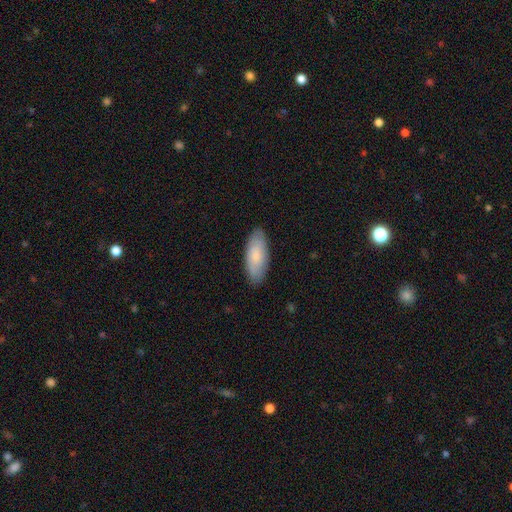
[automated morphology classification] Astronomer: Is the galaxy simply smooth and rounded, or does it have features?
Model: smooth — 80%.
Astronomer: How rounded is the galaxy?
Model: in between — 77%.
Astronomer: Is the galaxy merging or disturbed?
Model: none — 86%.